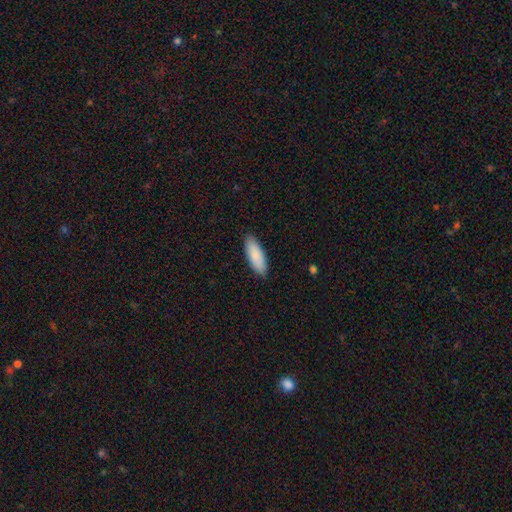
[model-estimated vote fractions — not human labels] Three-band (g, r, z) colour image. It shows a smooth galaxy with no disk features (88%) that is in between round and cigar-shaped (64%). Merging: none (89%).